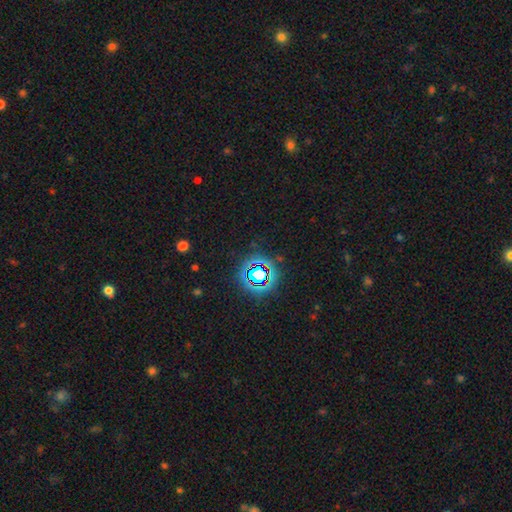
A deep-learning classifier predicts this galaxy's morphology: smooth-or-featured: star or artifact: 77% | smooth: 14% | featured or disk: 8%